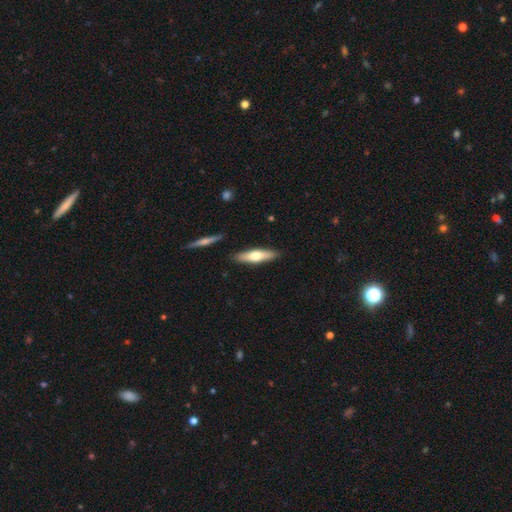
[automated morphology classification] Smooth or featured?
  - smooth: 59% *
  - featured or disk: 36%
  - star or artifact: 5%
How rounded?
  - cigar-shaped: 70% *
  - in between: 28%
  - round: 2%
Merging?
  - none: 87% *
  - minor disturbance: 9%
  - merger: 2%
  - major disturbance: 2%